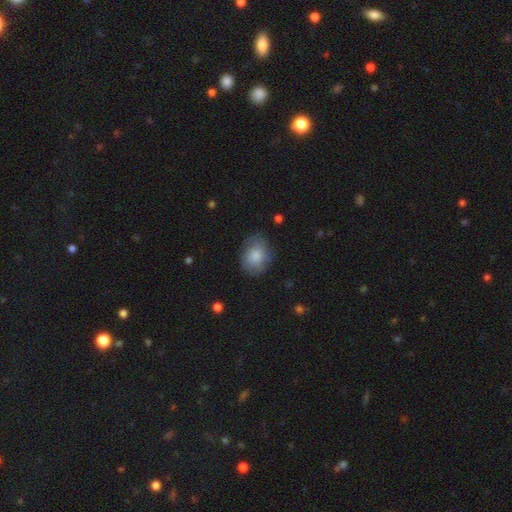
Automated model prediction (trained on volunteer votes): This appears to be a smooth galaxy with no disk features (82%) that is in between round and cigar-shaped (63%). Merging: none (77%).